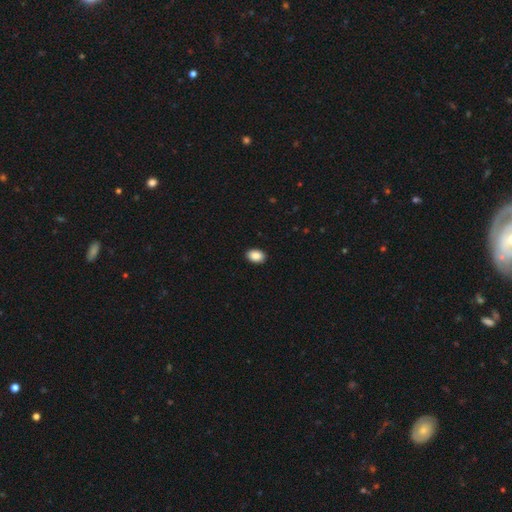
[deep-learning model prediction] Smooth or featured? smooth (89%)
How rounded? in between (81%)
Merging? none (91%)